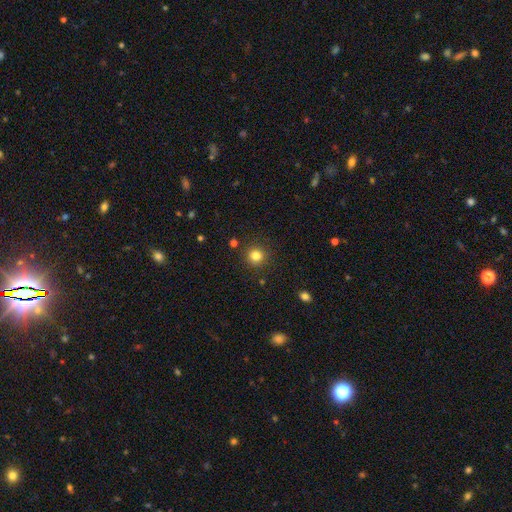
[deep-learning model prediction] Smooth or featured: smooth — 82% (star or artifact — 13%)
How rounded: round — 93% (in between — 7%)
Merging: none — 89% (minor disturbance — 7%)